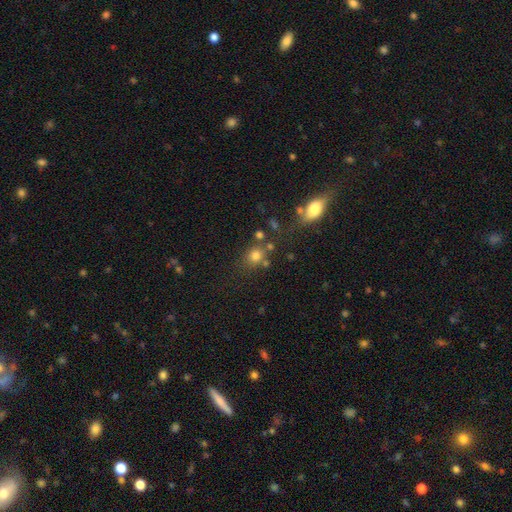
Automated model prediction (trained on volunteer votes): Morphology: type=smooth (76%); roundness=round (71%); merging=none (66%).